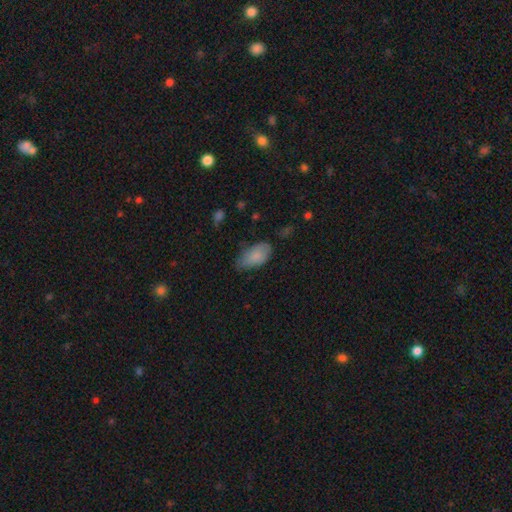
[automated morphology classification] Smooth or featured: smooth — 82% (featured or disk — 11%)
How rounded: in between — 93% (cigar-shaped — 3%)
Merging: none — 57% (minor disturbance — 34%)